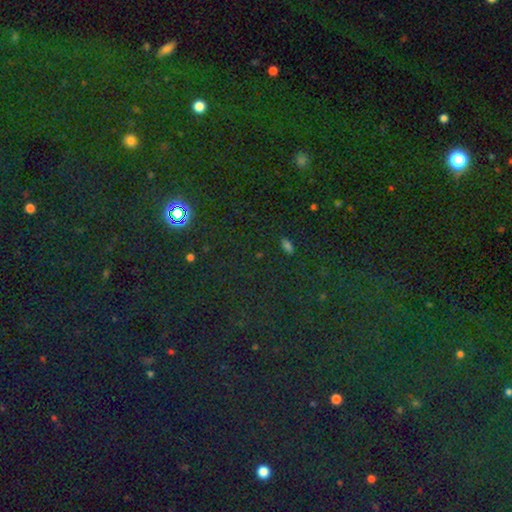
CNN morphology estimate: A star or artifact, not a galaxy (76%).